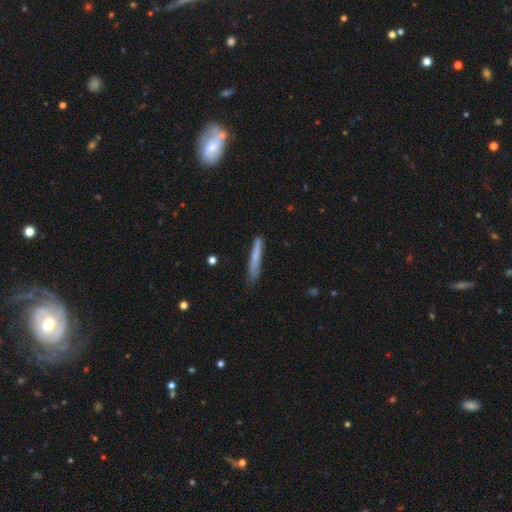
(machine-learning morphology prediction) Smooth or featured? Predicted: smooth (p=0.68). How rounded? Predicted: cigar-shaped (p=0.94). Merging? Predicted: none (p=0.69).